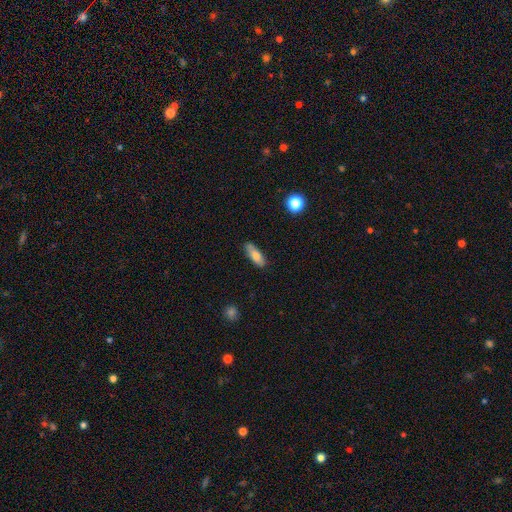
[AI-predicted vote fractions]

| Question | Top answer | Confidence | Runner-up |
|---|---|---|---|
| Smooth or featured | smooth | 77% | featured or disk (16%) |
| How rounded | in between | 62% | cigar-shaped (36%) |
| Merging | none | 78% | minor disturbance (16%) |